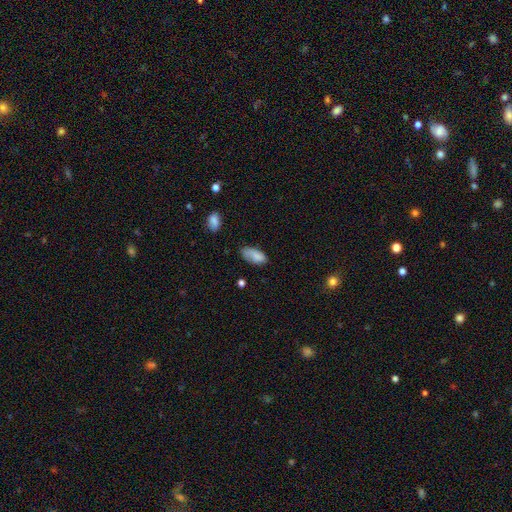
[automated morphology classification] smooth 82%, featured or disk 10%, star or artifact 8%. Down the decision tree: how rounded — in between (91%); merging — none (58%).